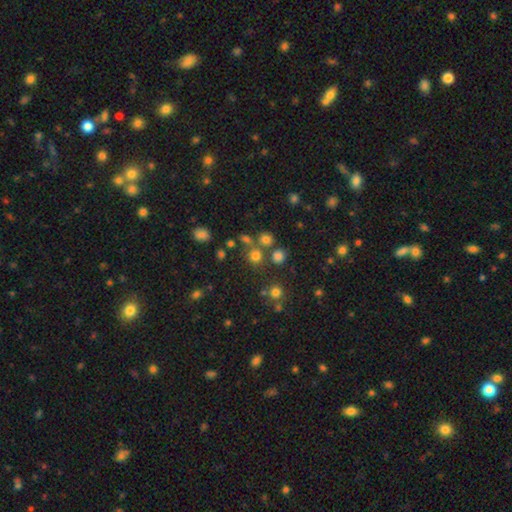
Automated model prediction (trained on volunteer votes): A smooth galaxy with no disk features (70%) that is round (88%).

Vote fractions:
- Smooth or featured? smooth: 70% / star or artifact: 22% / featured or disk: 8%
- How rounded? round: 88% / in between: 11% / cigar-shaped: 1%
- Merging? none: 70% / merger: 17% / minor disturbance: 9% / major disturbance: 4%